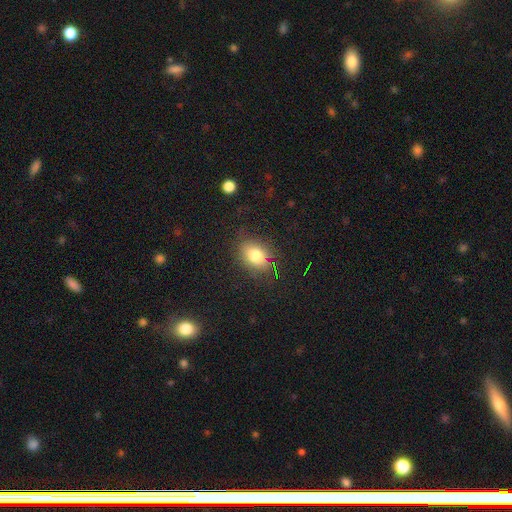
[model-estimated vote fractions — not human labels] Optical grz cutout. It shows a smooth galaxy with no disk features (76%) that is in between round and cigar-shaped (64%). Merging: none (81%).